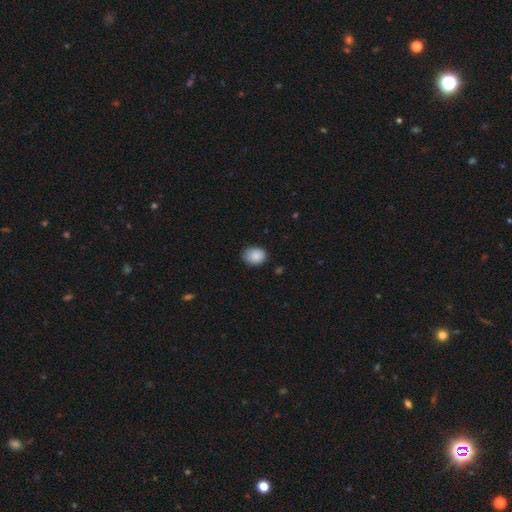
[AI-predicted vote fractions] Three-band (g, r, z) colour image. It shows a smooth galaxy with no disk features (88%) that is in between round and cigar-shaped (54%). Merging: none (77%).